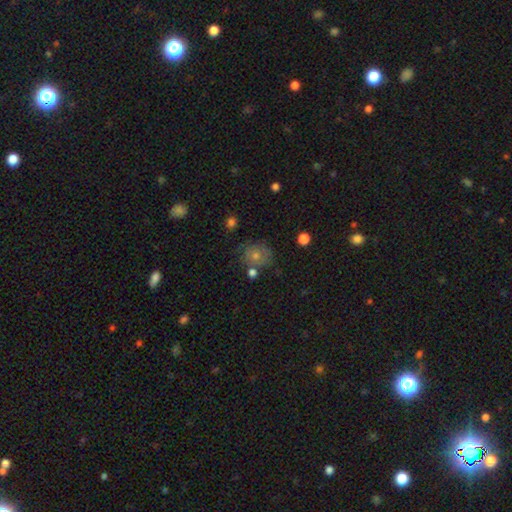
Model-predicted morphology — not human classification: A smooth galaxy with no disk features (57%) that is round (80%).

Vote fractions:
- Smooth or featured? smooth: 57% / featured or disk: 24% / star or artifact: 20%
- How rounded? round: 80% / in between: 19% / cigar-shaped: 1%
- Merging? none: 71% / minor disturbance: 17% / merger: 6% / major disturbance: 6%